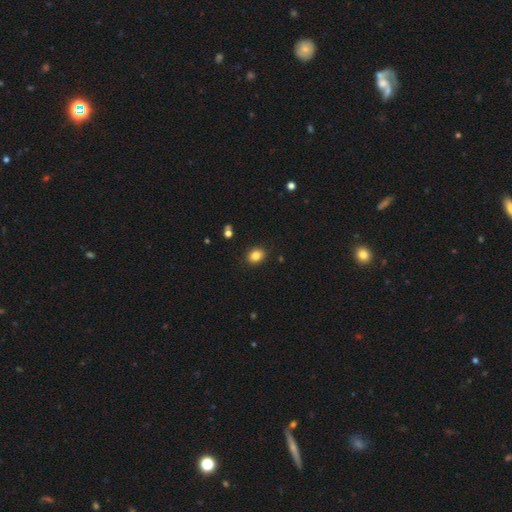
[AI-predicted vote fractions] Smooth or featured: smooth — 84% (star or artifact — 10%)
How rounded: in between — 61% (round — 38%)
Merging: none — 89% (minor disturbance — 8%)